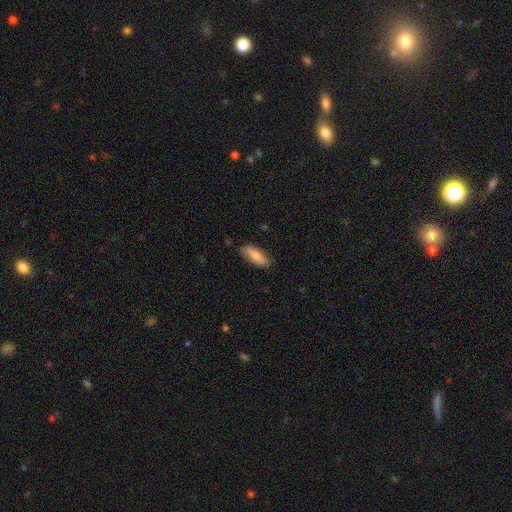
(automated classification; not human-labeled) smooth 75%, featured or disk 19%, star or artifact 6%. Down the decision tree: how rounded — in between (61%); merging — none (84%).